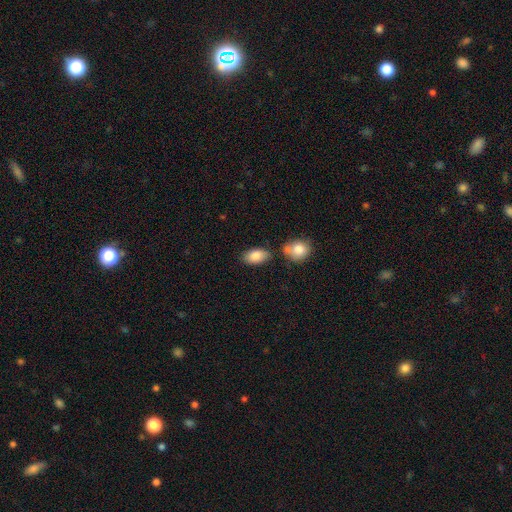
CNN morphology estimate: smooth-or-featured: smooth: 86% | featured or disk: 7% | star or artifact: 7%
  how-rounded: in between: 91% | round: 7% | cigar-shaped: 2%
  merging: none: 68% | minor disturbance: 15% | merger: 14% | major disturbance: 4%